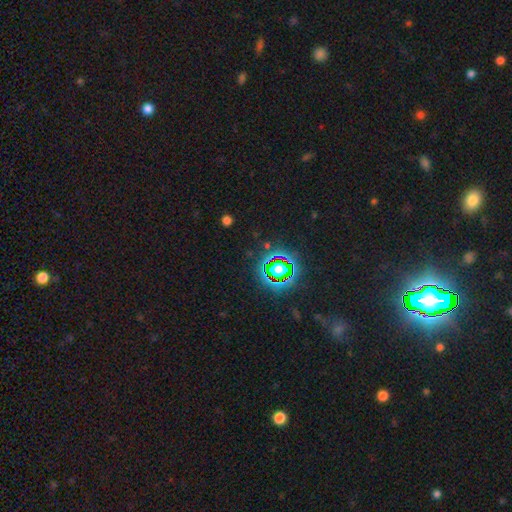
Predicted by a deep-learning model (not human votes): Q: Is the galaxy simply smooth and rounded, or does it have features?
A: star or artifact — 82%.